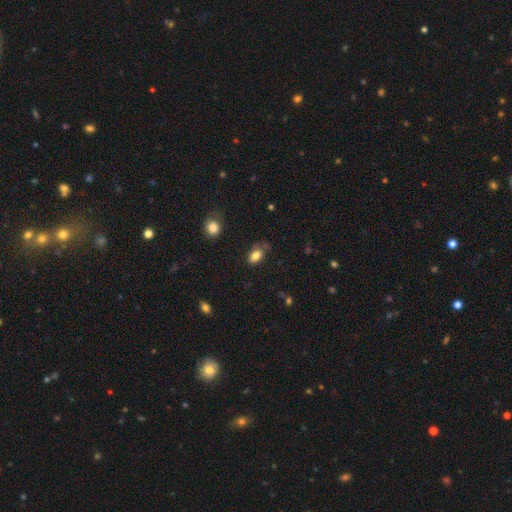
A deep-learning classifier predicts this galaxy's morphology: smooth 82%, star or artifact 9%, featured or disk 8%. Down the decision tree: how rounded — in between (89%); merging — none (63%).